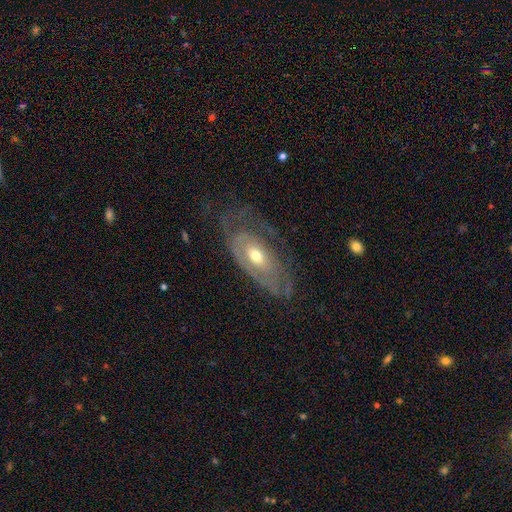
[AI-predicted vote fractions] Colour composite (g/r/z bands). It shows a featured or disk galaxy (73%) with no bar (73%), spiral arms (64%) and a moderate central bulge (65%). Merging: none (65%).